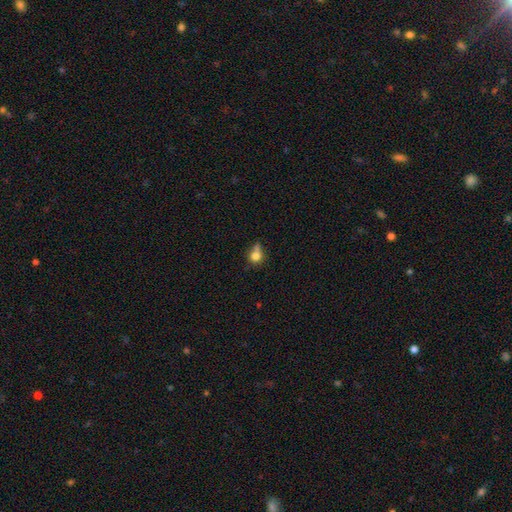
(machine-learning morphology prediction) smooth_or_featured: smooth (p=0.76) [alt: featured or disk p=0.12]
how_rounded: round (p=0.76) [alt: in between p=0.22]
merging: none (p=0.43) [alt: minor disturbance p=0.25]